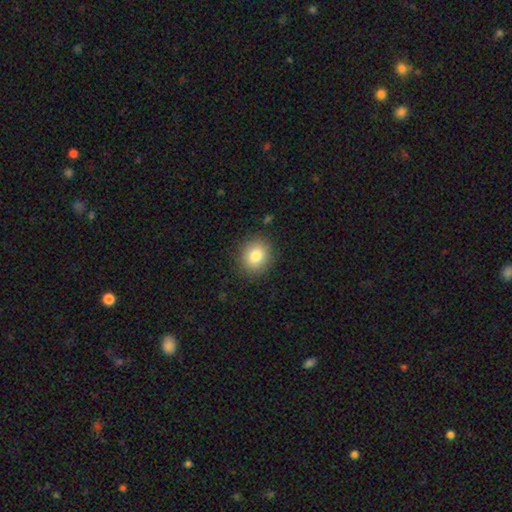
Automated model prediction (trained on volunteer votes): smooth_or_featured: smooth (p=0.81) [alt: star or artifact p=0.10]
how_rounded: round (p=0.75) [alt: in between p=0.24]
merging: none (p=0.88) [alt: minor disturbance p=0.08]